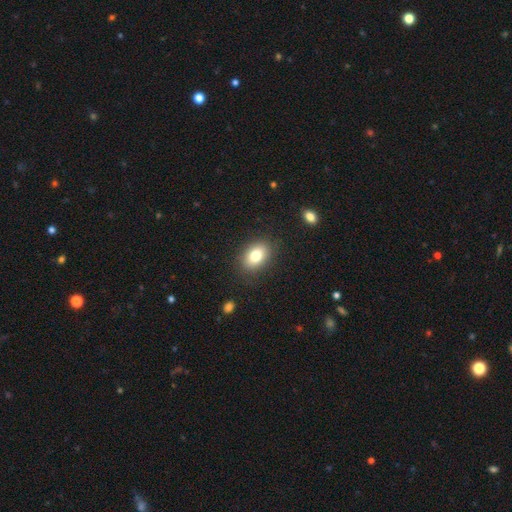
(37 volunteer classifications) A smooth galaxy with no disk features (84%) that is in between round and cigar-shaped (65%).

Vote fractions:
- Smooth or featured? smooth: 84% / featured or disk: 11% / star or artifact: 5%
- How rounded? in between: 65% / round: 35% / cigar-shaped: 0%
- Merging? none: 94% / major disturbance: 3% / merger: 3% / minor disturbance: 0%